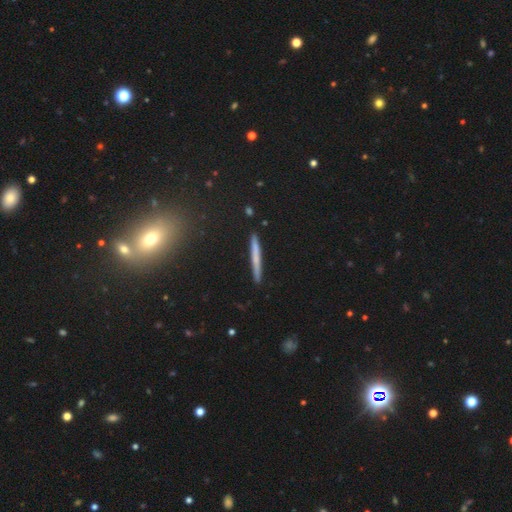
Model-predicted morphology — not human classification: Smooth or featured?
  - smooth: 55% *
  - featured or disk: 38%
  - star or artifact: 7%
How rounded?
  - cigar-shaped: 96% *
  - in between: 2%
  - round: 2%
Merging?
  - none: 91% *
  - minor disturbance: 7%
  - merger: 1%
  - major disturbance: 1%